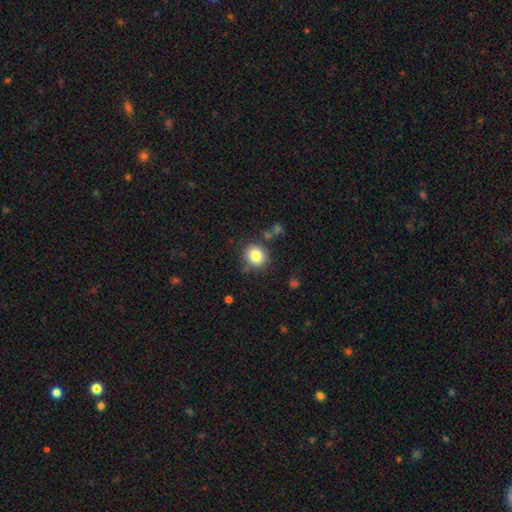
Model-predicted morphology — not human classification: Q: Smooth or featured?
A: smooth (83%); runner-up: star or artifact (10%)
Q: How rounded?
A: round (88%); runner-up: in between (12%)
Q: Merging?
A: none (82%); runner-up: minor disturbance (10%)